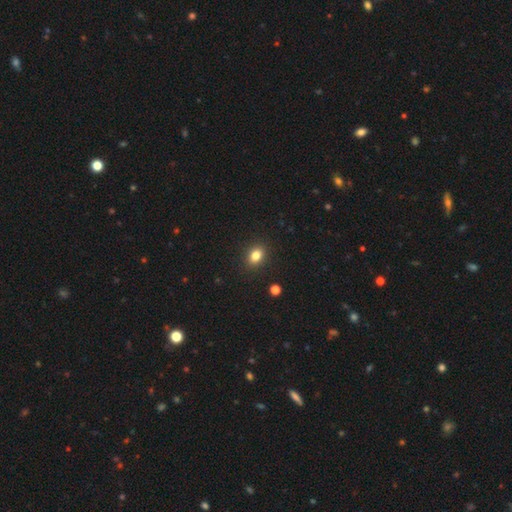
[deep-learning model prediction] smooth_or_featured: smooth (p=0.82) [alt: star or artifact p=0.11]
how_rounded: in between (p=0.62) [alt: round p=0.37]
merging: none (p=0.90) [alt: minor disturbance p=0.07]